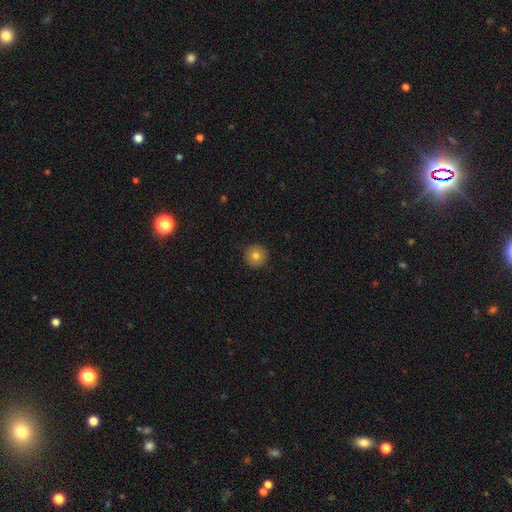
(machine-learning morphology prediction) Smooth or featured: smooth — 78% (featured or disk — 12%)
How rounded: round — 96% (in between — 3%)
Merging: none — 92% (minor disturbance — 5%)